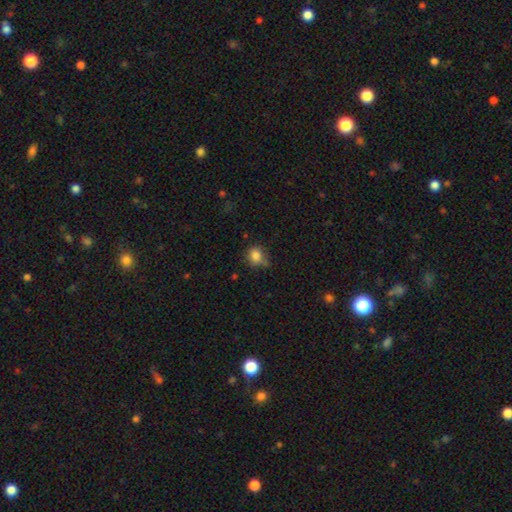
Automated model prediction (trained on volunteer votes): This appears to be a smooth galaxy with no disk features (82%) that is round (69%). Merging: none (58%).